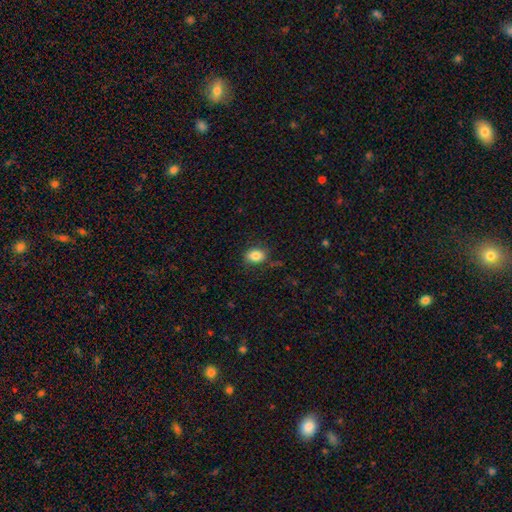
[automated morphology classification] This appears to be a smooth galaxy with no disk features (83%) that is in between round and cigar-shaped (70%). Merging: none (80%).